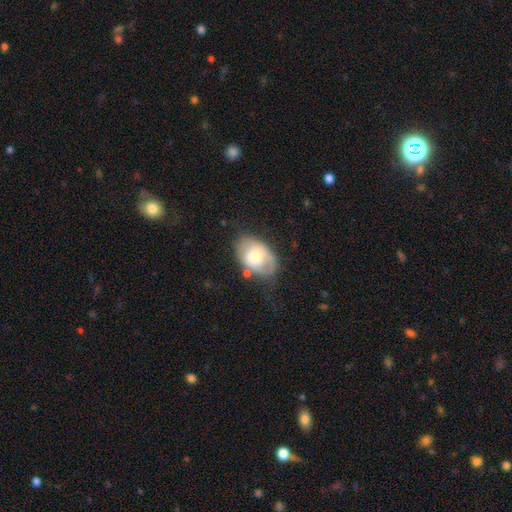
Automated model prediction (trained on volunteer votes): Smooth or featured? smooth (54%)
How rounded? in between (84%)
Merging? none (58%)